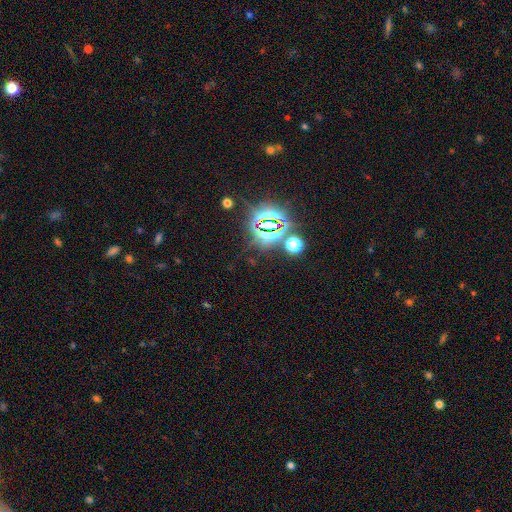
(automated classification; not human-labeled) Smooth or featured?
  - star or artifact: 80% *
  - smooth: 13%
  - featured or disk: 8%